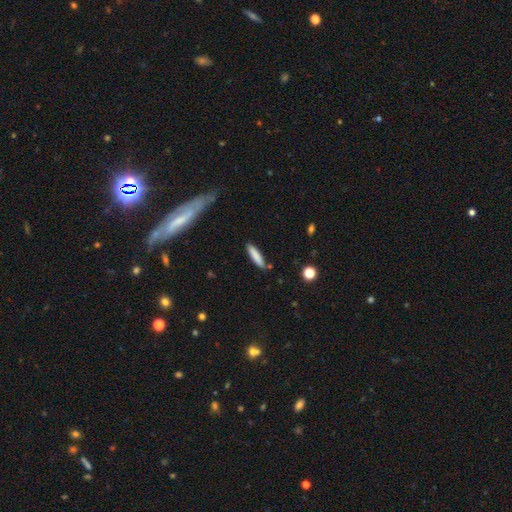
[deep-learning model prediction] Smooth or featured? Predicted: smooth (p=0.83). How rounded? Predicted: cigar-shaped (p=0.81). Merging? Predicted: none (p=0.85).